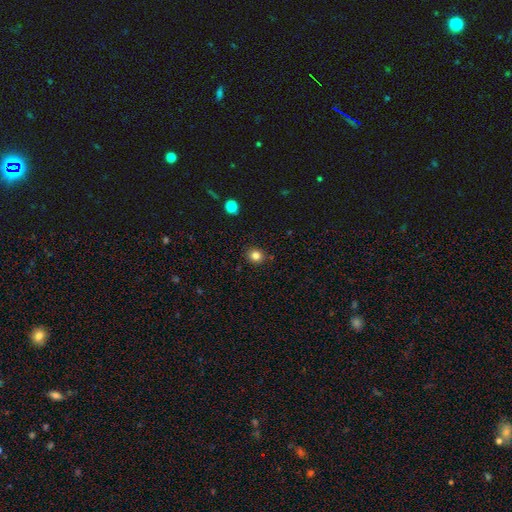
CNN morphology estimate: Overall: smooth (82%). How rounded: round (80%). Merging: none (86%).